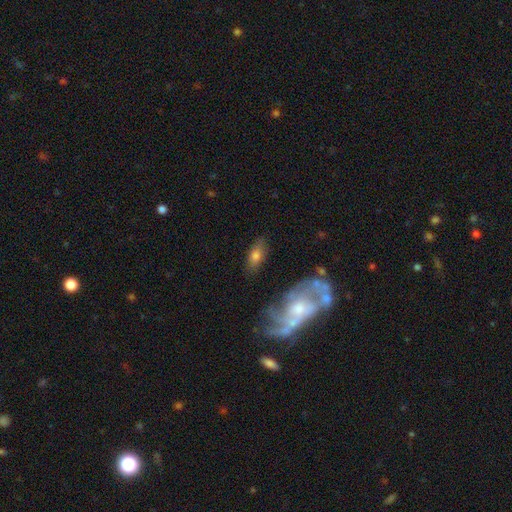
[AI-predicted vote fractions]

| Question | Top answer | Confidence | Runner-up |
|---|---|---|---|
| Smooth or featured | smooth | 67% | featured or disk (24%) |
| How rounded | in between | 84% | cigar-shaped (9%) |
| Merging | none | 74% | minor disturbance (16%) |